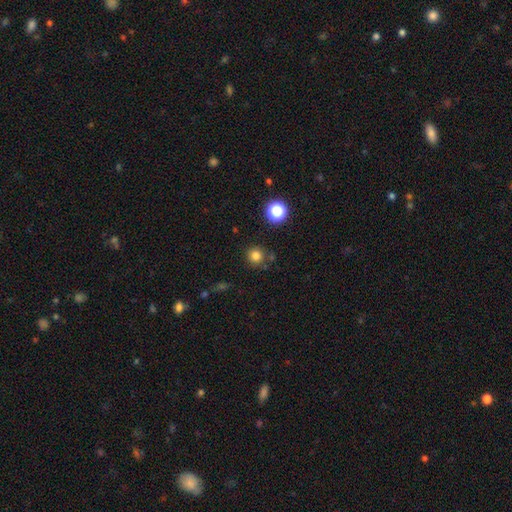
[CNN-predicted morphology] smooth_or_featured: smooth (p=0.79) [alt: star or artifact p=0.16]
how_rounded: round (p=0.94) [alt: in between p=0.05]
merging: none (p=0.84) [alt: minor disturbance p=0.08]